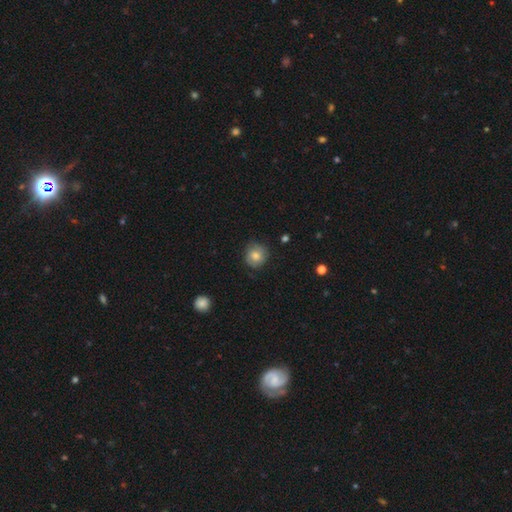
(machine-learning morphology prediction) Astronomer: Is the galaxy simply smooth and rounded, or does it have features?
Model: smooth — 70%.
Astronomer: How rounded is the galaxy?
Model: round — 84%.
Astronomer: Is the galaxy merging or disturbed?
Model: none — 76%.